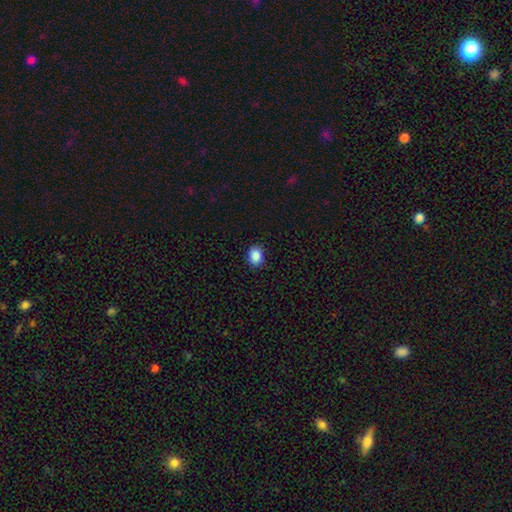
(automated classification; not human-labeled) Morphology: type=smooth (88%); roundness=round (51%); merging=none (88%).